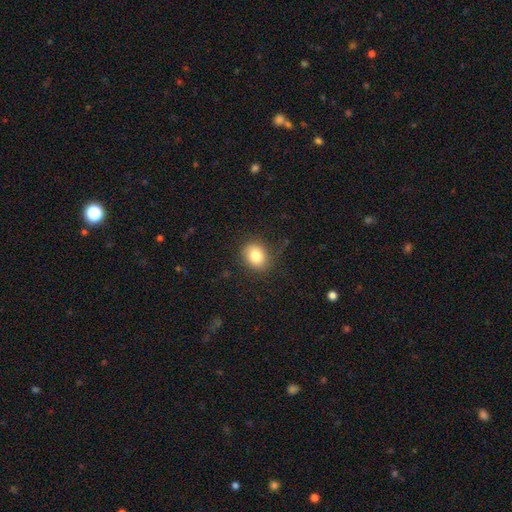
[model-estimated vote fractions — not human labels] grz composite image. It shows a smooth galaxy with no disk features (81%) that is round (59%). Merging: none (80%).